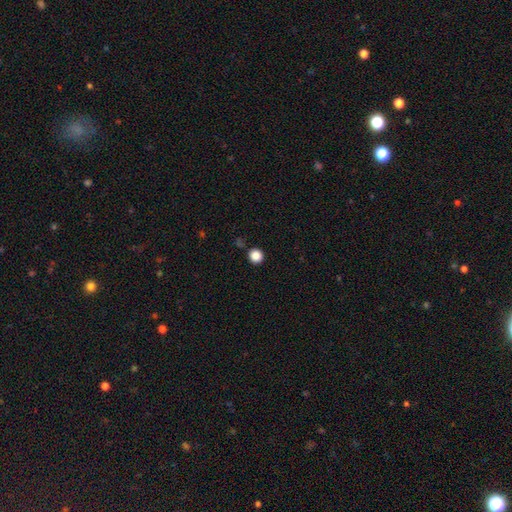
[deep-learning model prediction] This appears to be a smooth galaxy with no disk features (86%) that is round (94%). Merging: none (89%).